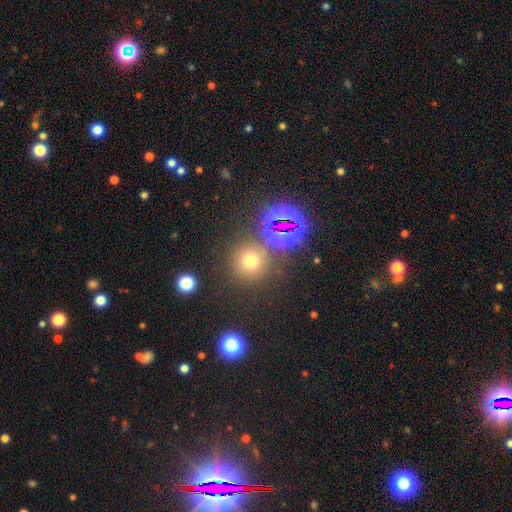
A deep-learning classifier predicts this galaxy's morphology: smooth-or-featured: star or artifact: 53% | smooth: 39% | featured or disk: 9%